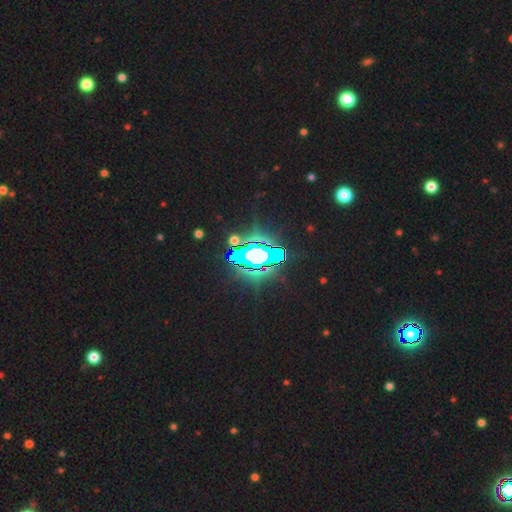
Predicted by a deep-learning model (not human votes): Smooth or featured: star or artifact — 68% (featured or disk — 17%)